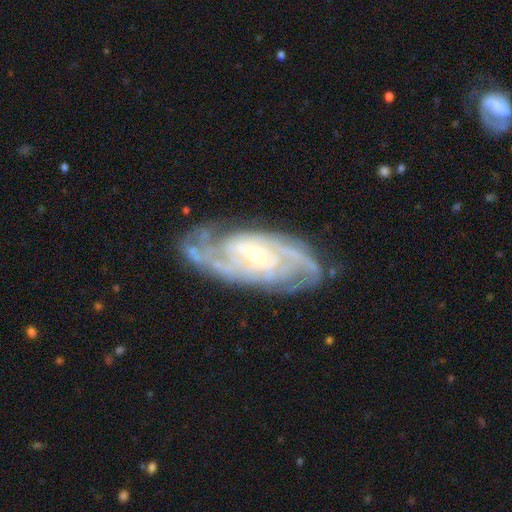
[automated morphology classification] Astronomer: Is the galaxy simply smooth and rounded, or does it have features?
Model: featured or disk — 89%.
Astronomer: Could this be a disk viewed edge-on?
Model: no — 94%.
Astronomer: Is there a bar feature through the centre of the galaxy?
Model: no — 46% (runner-up: weak, 39%).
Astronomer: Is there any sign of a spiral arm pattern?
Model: yes — 97%.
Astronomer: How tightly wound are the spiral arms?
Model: tight — 57% (runner-up: medium, 36%).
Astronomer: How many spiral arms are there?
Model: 2 — 34% (runner-up: can't tell, 22%).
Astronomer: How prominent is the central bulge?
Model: small — 70%.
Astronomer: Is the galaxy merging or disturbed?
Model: none — 76%.